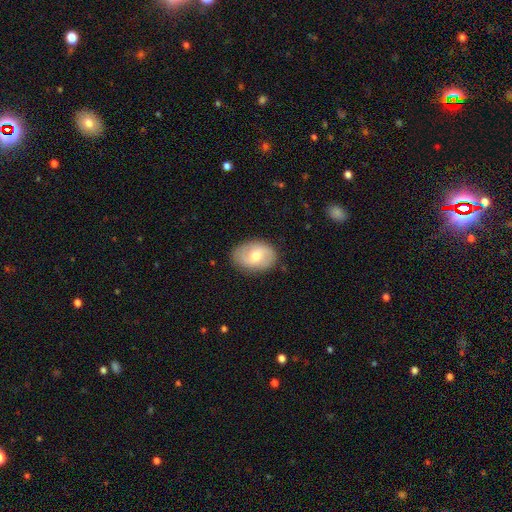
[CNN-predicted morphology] A smooth galaxy with no disk features (50%) that is in between round and cigar-shaped (78%).

Vote fractions:
- Smooth or featured? smooth: 50% / featured or disk: 43% / star or artifact: 7%
- How rounded? in between: 78% / round: 21% / cigar-shaped: 1%
- Merging? none: 84% / minor disturbance: 12% / major disturbance: 3% / merger: 1%